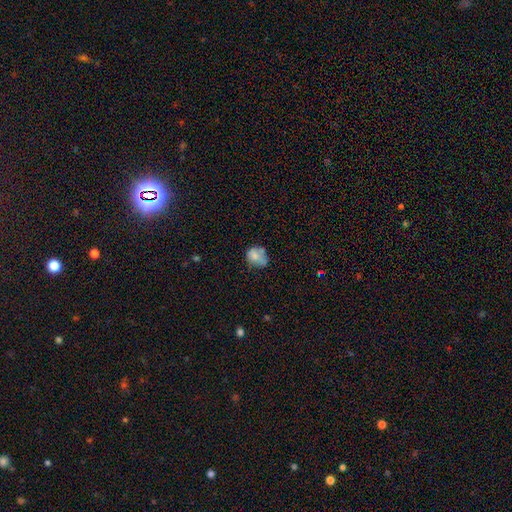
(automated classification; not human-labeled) Overall: smooth (69%). How rounded: round (50%; in between 49%). Merging: none (42%; minor disturbance 33%).